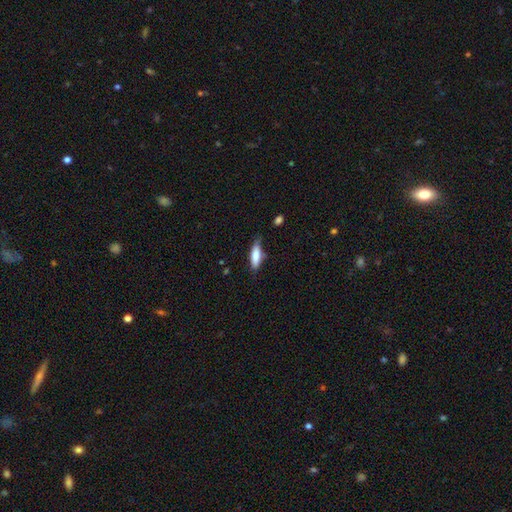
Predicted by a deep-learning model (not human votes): The model was most divided on "how rounded": cigar-shaped: 52%, in between: 46%, round: 2%. More confident: smooth or featured — smooth (78%); merging — none (69%).